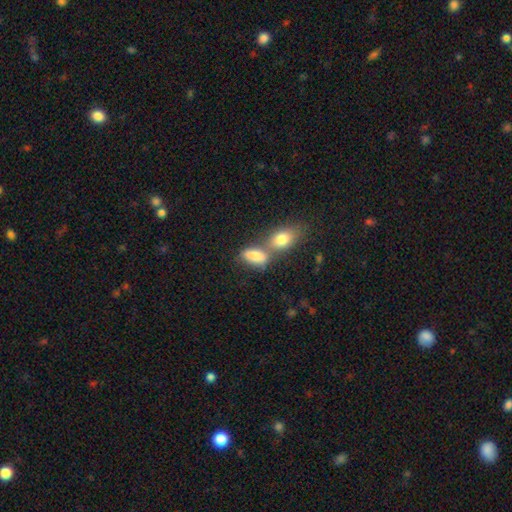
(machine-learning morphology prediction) Smooth or featured? Predicted: smooth (p=0.81). How rounded? Predicted: in between (p=0.84). Merging? Predicted: merger (p=0.58).